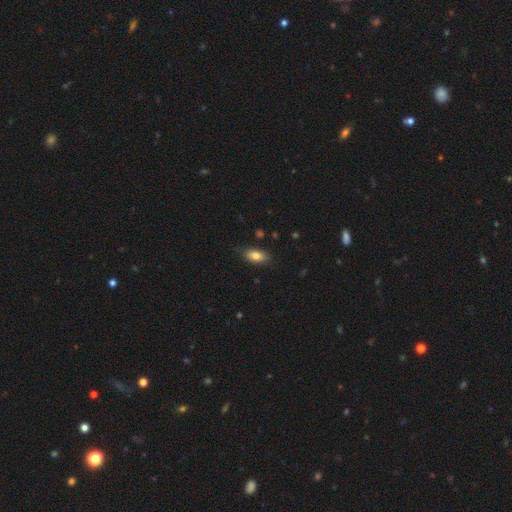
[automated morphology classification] Smooth or featured? Predicted: smooth (p=0.81). How rounded? Predicted: in between (p=0.88). Merging? Predicted: none (p=0.81).